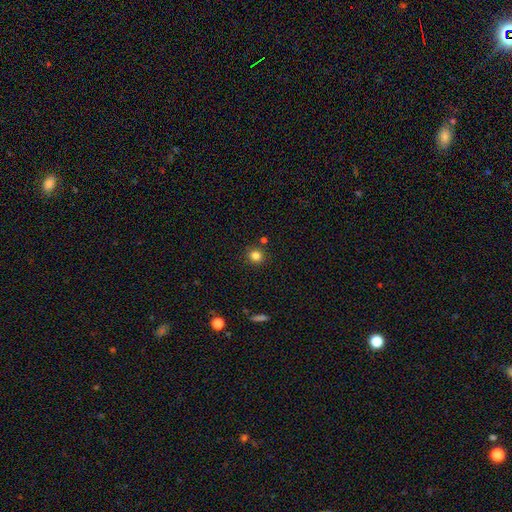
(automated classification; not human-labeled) smooth-or-featured: smooth: 82% | star or artifact: 13% | featured or disk: 5%
  how-rounded: round: 92% | in between: 8% | cigar-shaped: 1%
  merging: none: 86% | minor disturbance: 7% | merger: 5% | major disturbance: 2%